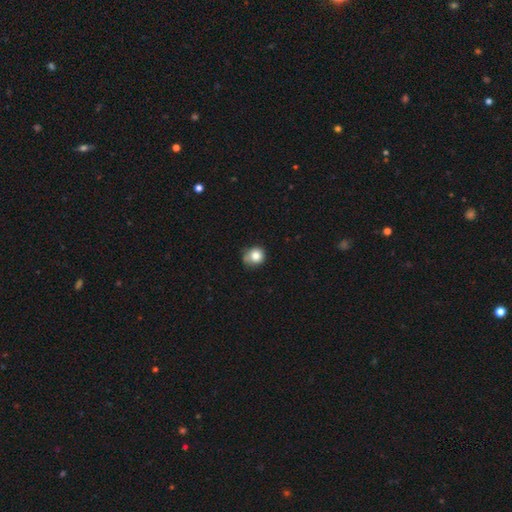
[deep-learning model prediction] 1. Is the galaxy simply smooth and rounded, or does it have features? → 81% smooth, 10% star or artifact, 9% featured or disk.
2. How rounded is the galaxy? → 84% round, 15% in between, 1% cigar-shaped.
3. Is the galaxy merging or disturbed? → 60% none, 30% minor disturbance, 6% major disturbance, 4% merger.